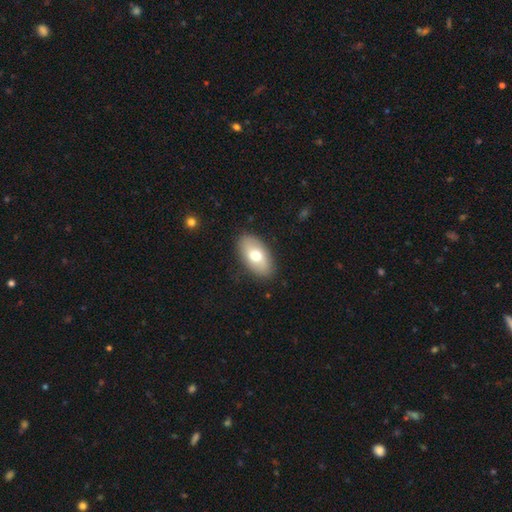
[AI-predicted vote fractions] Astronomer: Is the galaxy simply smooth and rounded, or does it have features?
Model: smooth — 69%.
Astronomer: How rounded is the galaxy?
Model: in between — 93%.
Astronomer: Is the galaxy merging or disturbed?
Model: none — 87%.